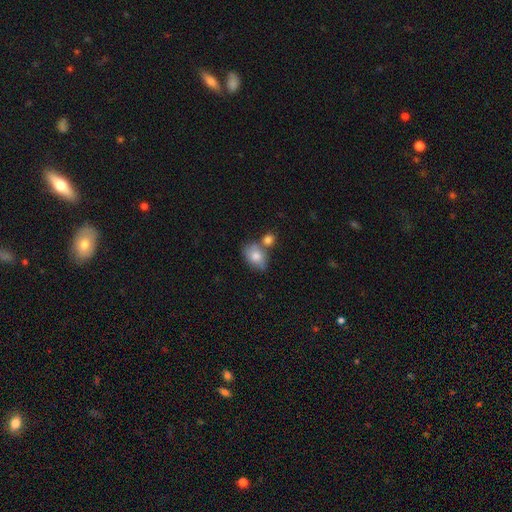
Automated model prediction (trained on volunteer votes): smooth_or_featured: smooth (p=0.78) [alt: featured or disk p=0.15]
how_rounded: in between (p=0.81) [alt: round p=0.18]
merging: none (p=0.48) [alt: merger p=0.31]